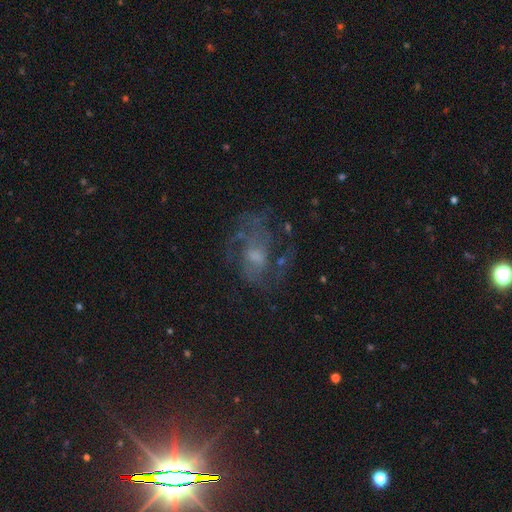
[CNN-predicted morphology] Smooth or featured: featured or disk — 69% (smooth — 18%)
Edge-on disk: no — 97% (yes — 3%)
Bar: no — 57% (weak — 36%)
Spiral arms: yes — 71% (no — 29%)
Bulge size: moderate — 44% (small — 34%)
Merging: none — 53% (major disturbance — 25%)